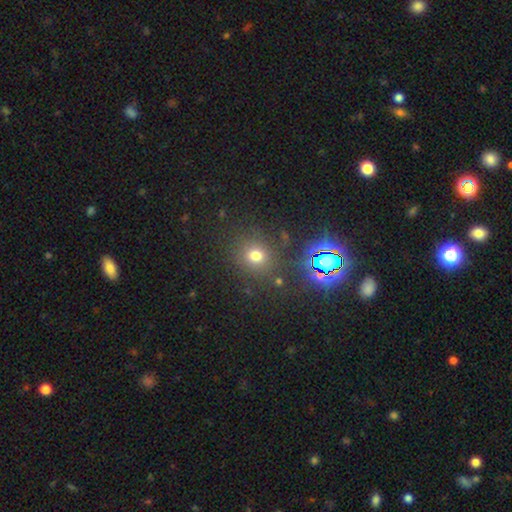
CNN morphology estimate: type=smooth (66%); roundness=round (79%); merging=none (79%).